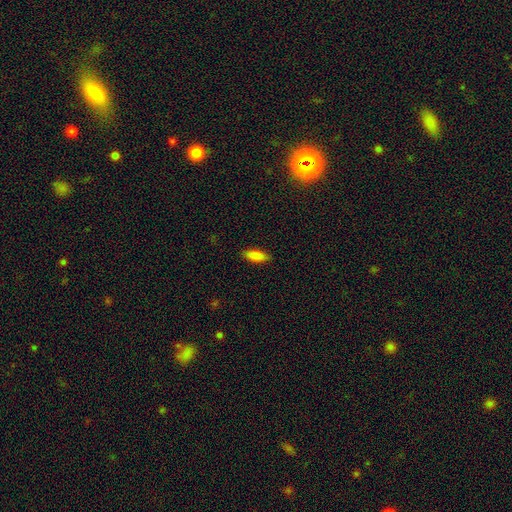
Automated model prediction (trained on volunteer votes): The model was most divided on "how rounded": in between: 73%, cigar-shaped: 25%, round: 2%. More confident: smooth or featured — smooth (88%); merging — none (87%).